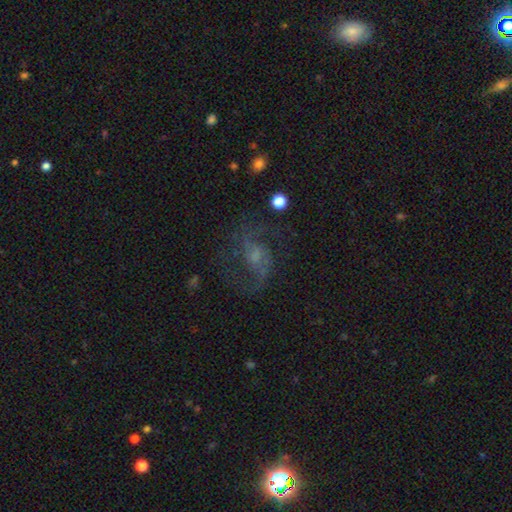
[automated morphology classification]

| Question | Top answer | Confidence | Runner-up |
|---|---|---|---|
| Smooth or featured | featured or disk | 74% | star or artifact (13%) |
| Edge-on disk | no | 97% | yes (3%) |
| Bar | weak | 45% | no (44%) |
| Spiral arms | yes | 91% | no (9%) |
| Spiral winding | medium | 46% | loose (45%) |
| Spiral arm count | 2 | 84% | can't tell (7%) |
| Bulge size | small | 43% | moderate (29%) |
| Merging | none | 64% | major disturbance (18%) |